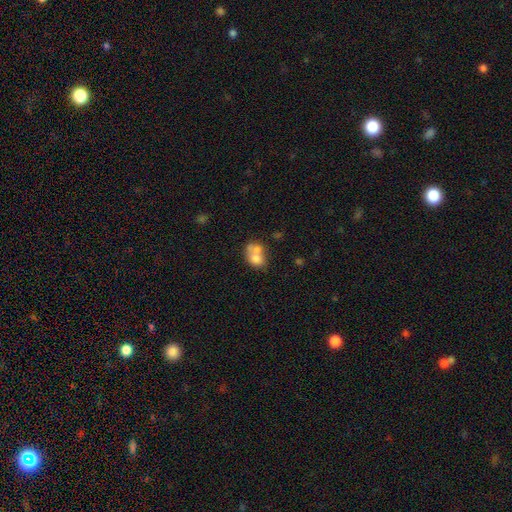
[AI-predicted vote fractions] smooth 66%, featured or disk 24%, star or artifact 10%. Down the decision tree: how rounded — in between (56%); merging — merger (58%).